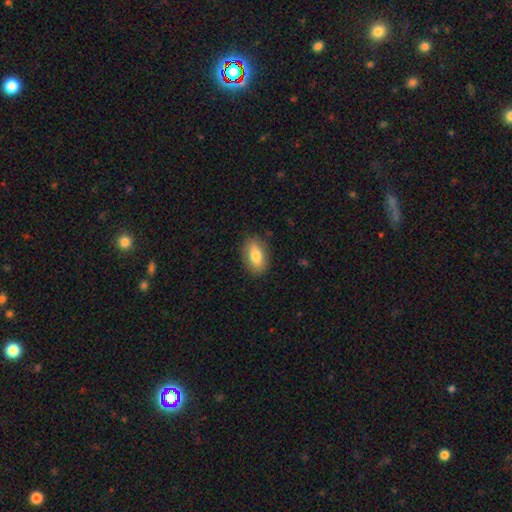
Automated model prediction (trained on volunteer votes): This is likely a smooth galaxy (77%). How rounded: clearly in between (87%). Merging: clearly none (86%).